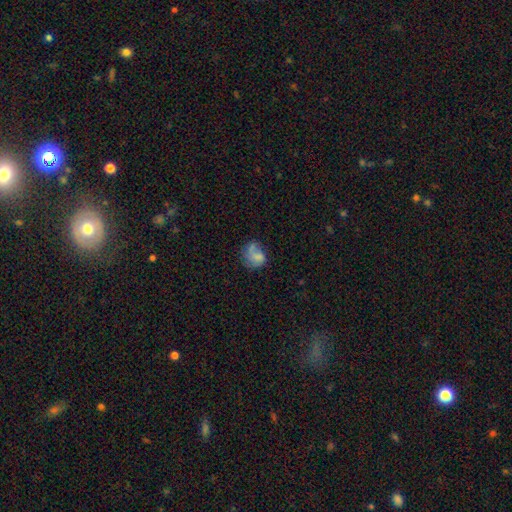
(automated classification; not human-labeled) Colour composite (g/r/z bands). It shows a smooth galaxy with no disk features (58%) that is round (53%). Merging: none (39%).